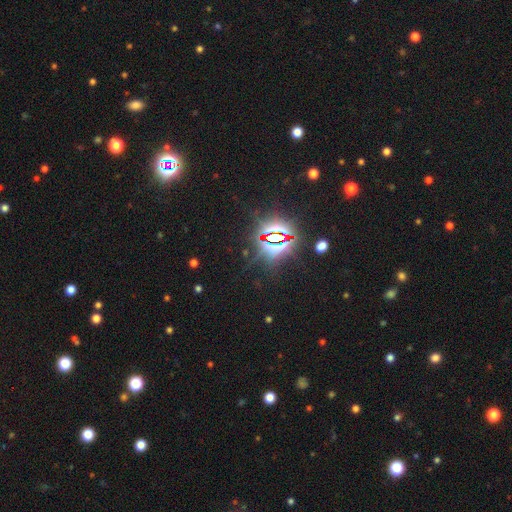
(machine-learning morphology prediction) star or artifact 83%, smooth 11%, featured or disk 6%.